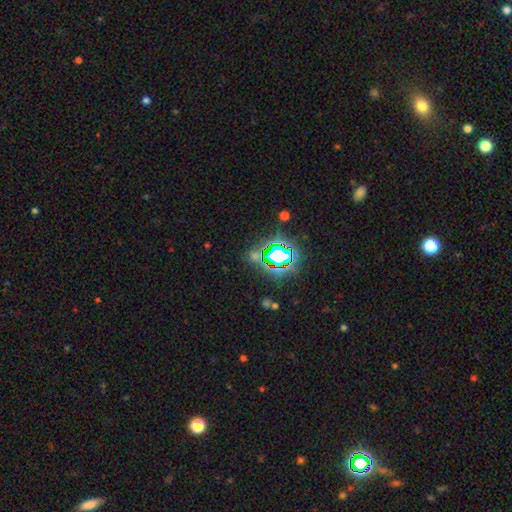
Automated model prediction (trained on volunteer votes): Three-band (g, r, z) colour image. It shows a star or artifact, not a galaxy (72%).